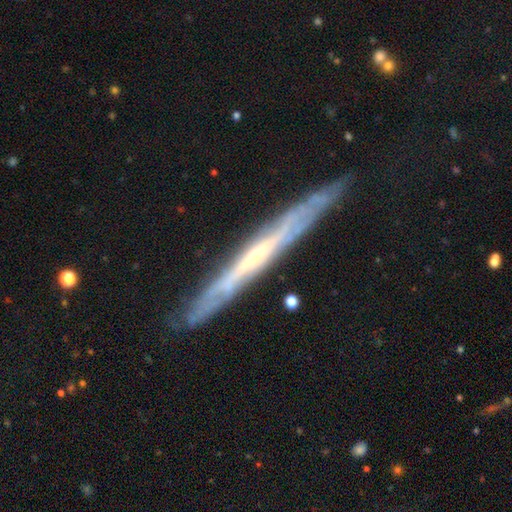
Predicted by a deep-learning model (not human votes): Smooth or featured: featured or disk — 79% (smooth — 15%)
Edge-on disk: yes — 85% (no — 15%)
Edge-on bulge: none — 59% (rounded — 36%)
Merging: none — 82% (minor disturbance — 14%)